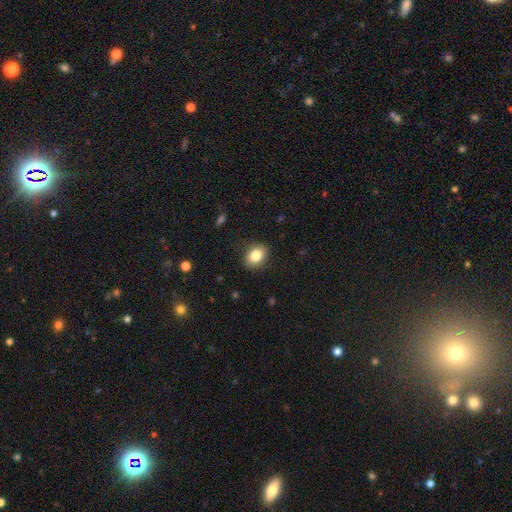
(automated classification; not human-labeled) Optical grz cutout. It shows a smooth galaxy with no disk features (84%) that is in between round and cigar-shaped (61%). Merging: none (88%).